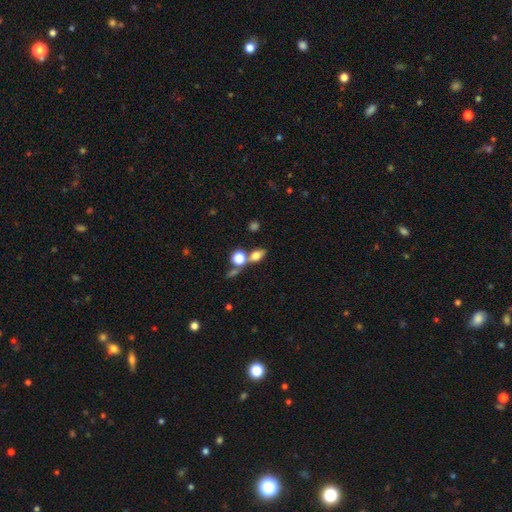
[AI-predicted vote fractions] Smooth or featured? Predicted: smooth (p=0.71). How rounded? Predicted: in between (p=0.67). Merging? Predicted: none (p=0.56).